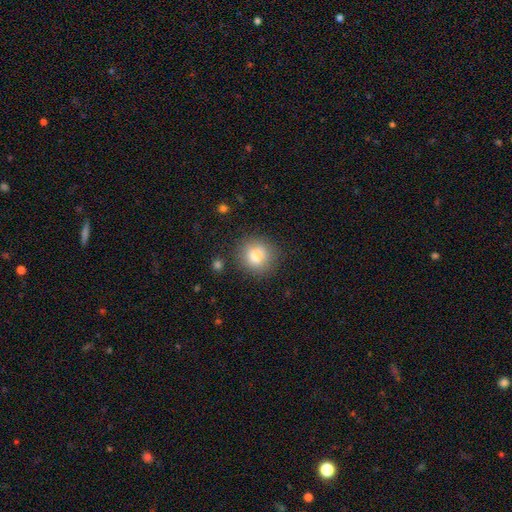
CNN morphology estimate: smooth_or_featured: smooth (p=0.81) [alt: star or artifact p=0.10]
how_rounded: round (p=0.86) [alt: in between p=0.13]
merging: none (p=0.82) [alt: minor disturbance p=0.11]